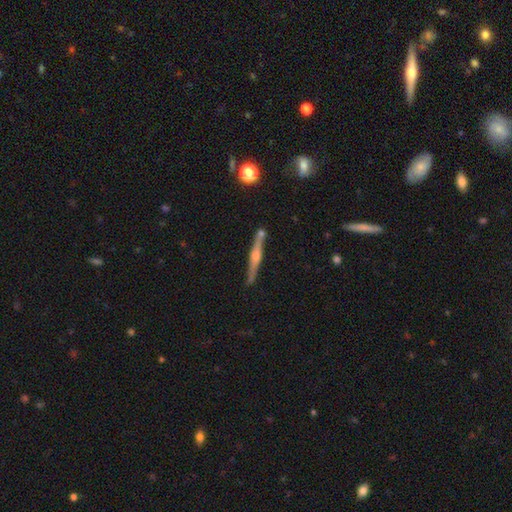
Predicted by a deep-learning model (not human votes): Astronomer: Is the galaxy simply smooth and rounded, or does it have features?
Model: featured or disk — 72%.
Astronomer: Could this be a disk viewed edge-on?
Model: yes — 97%.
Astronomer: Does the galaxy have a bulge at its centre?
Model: rounded — 74%.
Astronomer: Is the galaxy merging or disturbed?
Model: none — 81%.